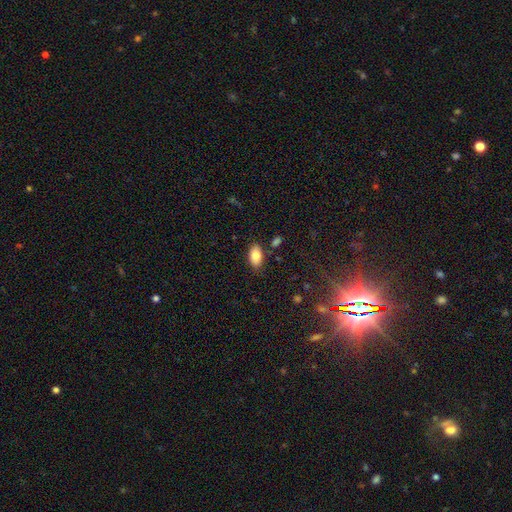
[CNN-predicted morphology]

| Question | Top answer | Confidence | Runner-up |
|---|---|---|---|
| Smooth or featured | smooth | 84% | featured or disk (8%) |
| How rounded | in between | 93% | round (5%) |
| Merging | none | 80% | minor disturbance (13%) |